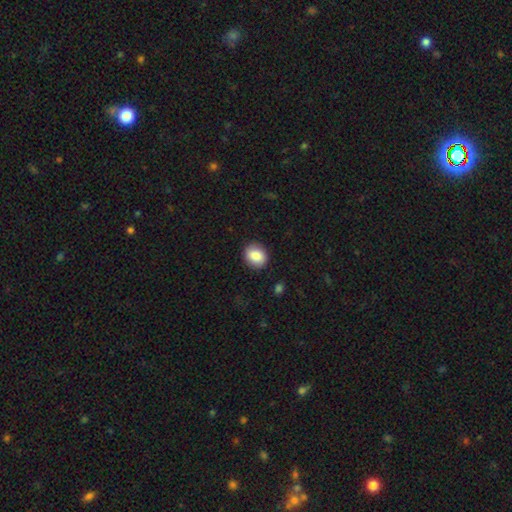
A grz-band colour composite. It shows a smooth galaxy with no disk features (95%) that is round (78%). Merging: none (76%).